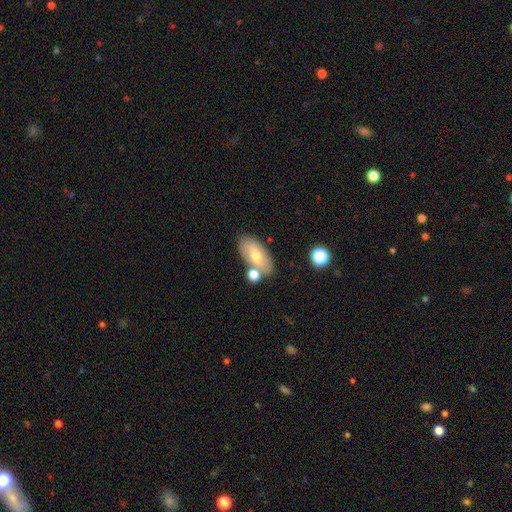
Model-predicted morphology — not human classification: Smooth or featured: smooth — 59% (featured or disk — 32%)
How rounded: in between — 89% (cigar-shaped — 7%)
Merging: none — 68% (merger — 14%)